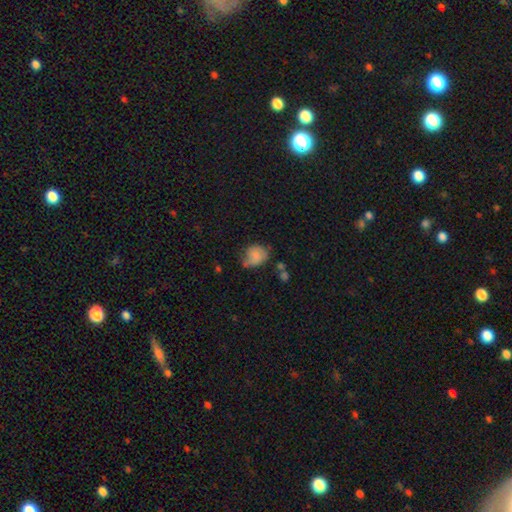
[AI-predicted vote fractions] Smooth or featured? Predicted: smooth (p=0.73). How rounded? Predicted: round (p=0.52). Merging? Predicted: minor disturbance (p=0.39).